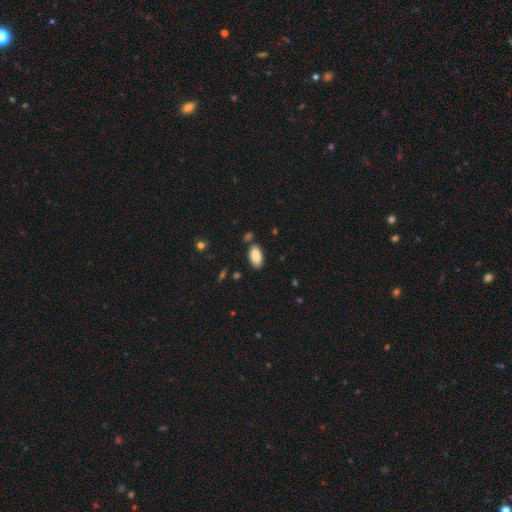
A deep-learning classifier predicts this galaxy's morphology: Smooth or featured: smooth — 88% (star or artifact — 7%)
How rounded: in between — 94% (cigar-shaped — 4%)
Merging: none — 80% (minor disturbance — 13%)